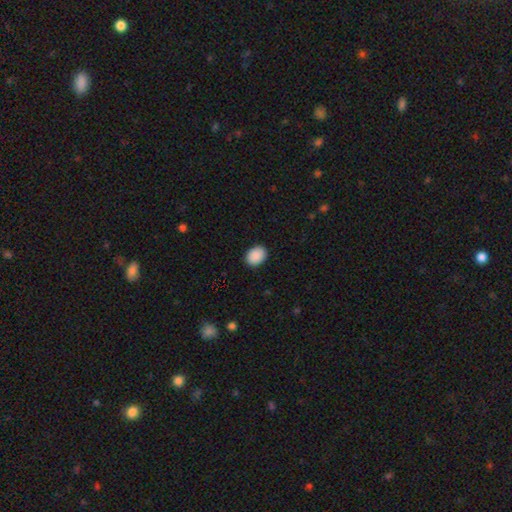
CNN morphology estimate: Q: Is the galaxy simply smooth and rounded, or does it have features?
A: smooth — 91%.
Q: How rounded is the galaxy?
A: in between — 70%.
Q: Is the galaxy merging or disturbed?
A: none — 90%.